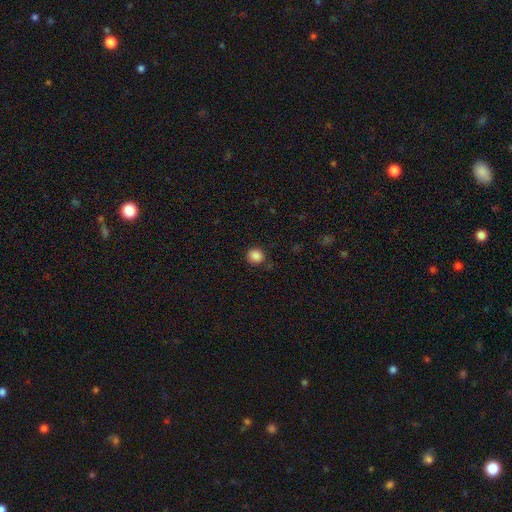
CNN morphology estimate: Q: Smooth or featured?
A: smooth (86%); runner-up: star or artifact (11%)
Q: How rounded?
A: round (86%); runner-up: in between (13%)
Q: Merging?
A: none (84%); runner-up: minor disturbance (11%)